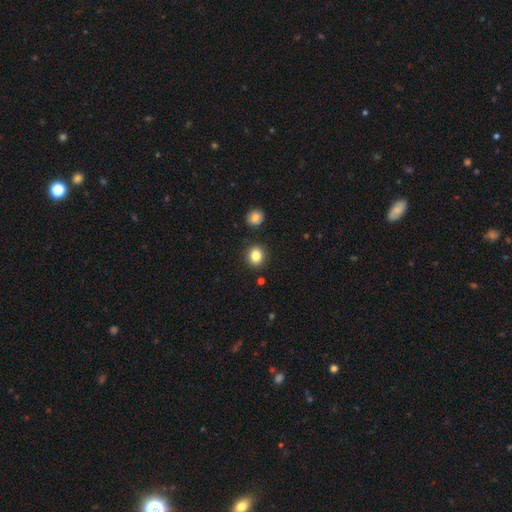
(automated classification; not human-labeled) Smooth or featured? Predicted: smooth (p=0.84). How rounded? Predicted: round (p=0.77). Merging? Predicted: none (p=0.89).